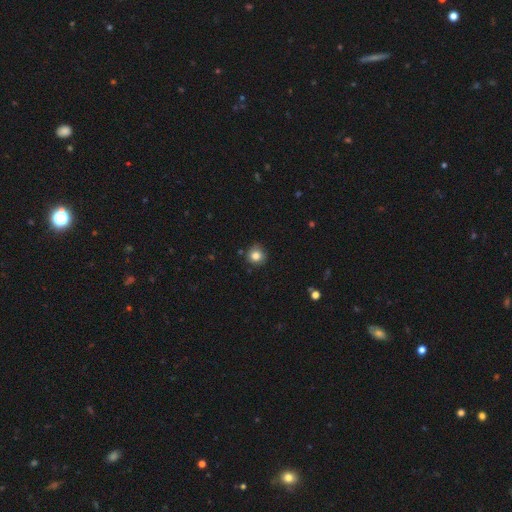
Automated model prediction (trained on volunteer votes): Overall: smooth (82%). How rounded: round (90%). Merging: none (81%).